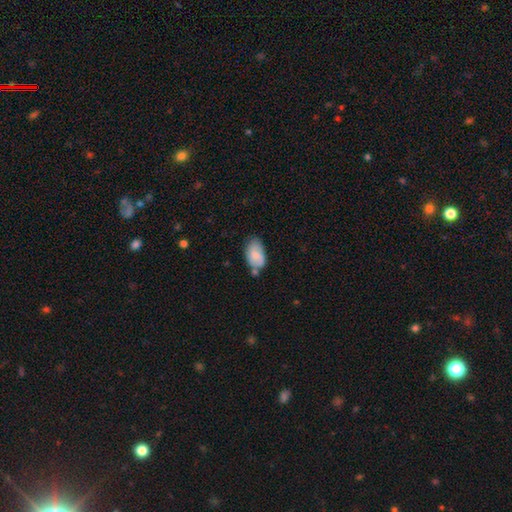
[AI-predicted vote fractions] Morphology: type=smooth (80%); roundness=in between (93%); merging=none (49%).